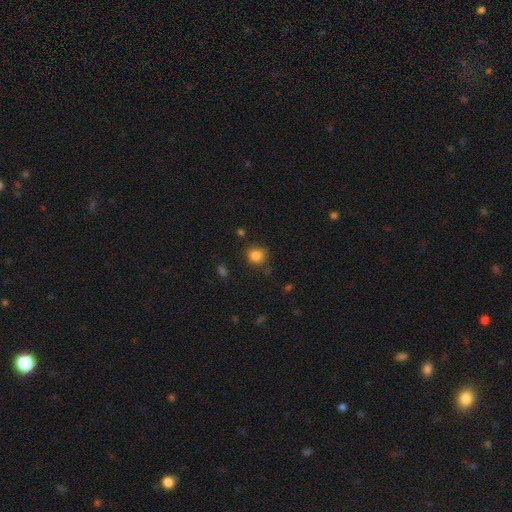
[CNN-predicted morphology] The model was most divided on "how rounded": round: 74%, in between: 25%, cigar-shaped: 1%. More confident: smooth or featured — smooth (83%); merging — none (73%).